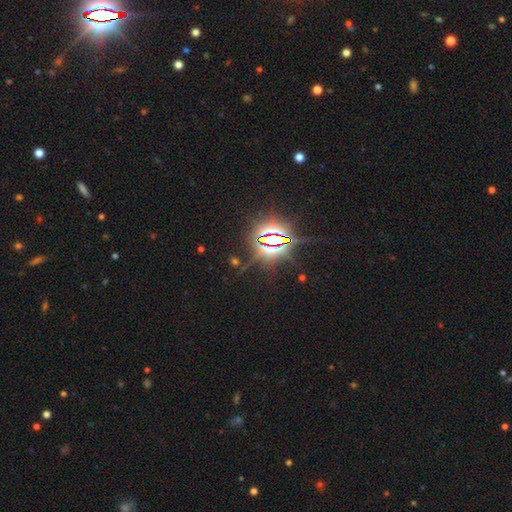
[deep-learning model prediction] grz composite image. It shows a star or artifact, not a galaxy (87%).